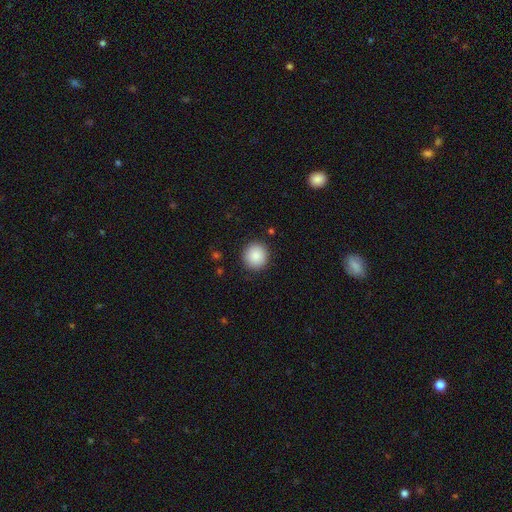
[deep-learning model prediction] smooth_or_featured: smooth (p=0.88) [alt: star or artifact p=0.08]
how_rounded: round (p=0.92) [alt: in between p=0.07]
merging: none (p=0.91) [alt: minor disturbance p=0.06]